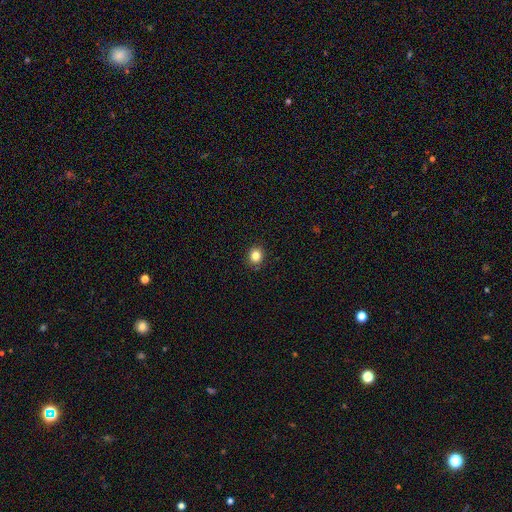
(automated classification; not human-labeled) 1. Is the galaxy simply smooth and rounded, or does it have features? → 83% smooth, 12% star or artifact, 5% featured or disk.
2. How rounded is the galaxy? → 78% round, 21% in between, 1% cigar-shaped.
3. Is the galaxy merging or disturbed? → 91% none, 6% minor disturbance, 2% major disturbance, 1% merger.